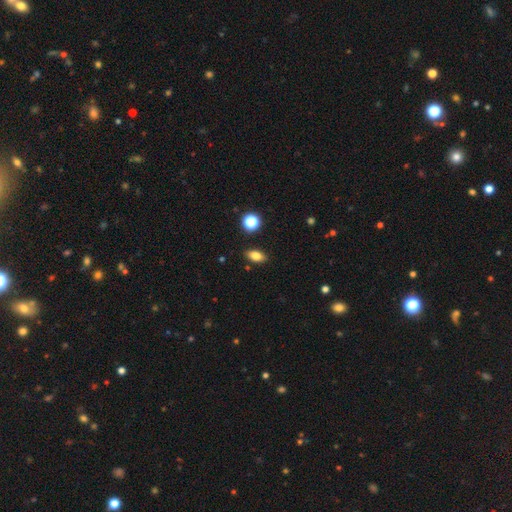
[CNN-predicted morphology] A smooth galaxy with no disk features (81%) that is in between round and cigar-shaped (86%). Merging: none (87%).